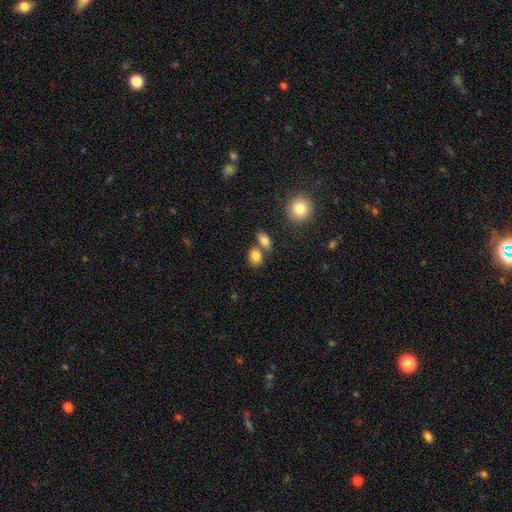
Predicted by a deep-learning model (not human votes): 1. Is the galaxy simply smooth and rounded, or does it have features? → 84% smooth, 9% star or artifact, 7% featured or disk.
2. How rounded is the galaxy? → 69% in between, 29% round, 2% cigar-shaped.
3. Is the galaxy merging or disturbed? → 51% none, 35% merger, 11% minor disturbance, 4% major disturbance.